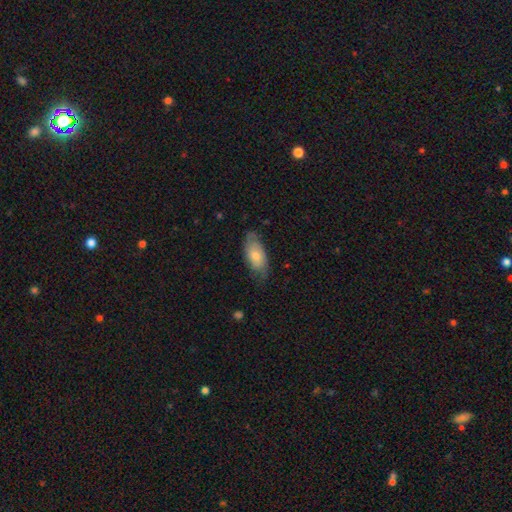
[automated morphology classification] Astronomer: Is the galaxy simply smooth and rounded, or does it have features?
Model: smooth — 63%.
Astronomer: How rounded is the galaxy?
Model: in between — 87%.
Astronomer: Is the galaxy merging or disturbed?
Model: none — 70%.